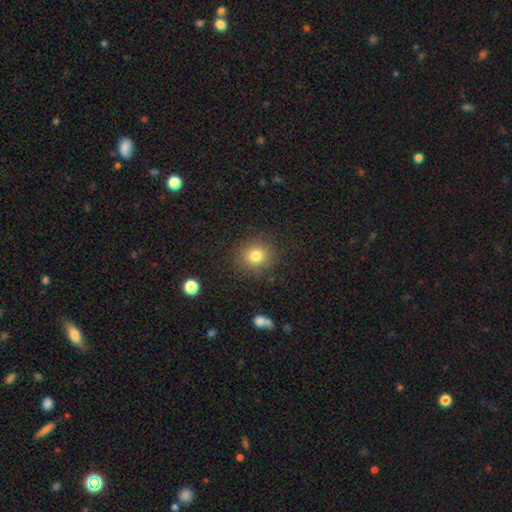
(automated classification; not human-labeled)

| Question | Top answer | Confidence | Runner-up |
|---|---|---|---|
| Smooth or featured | smooth | 80% | star or artifact (12%) |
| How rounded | round | 85% | in between (14%) |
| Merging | none | 87% | minor disturbance (8%) |